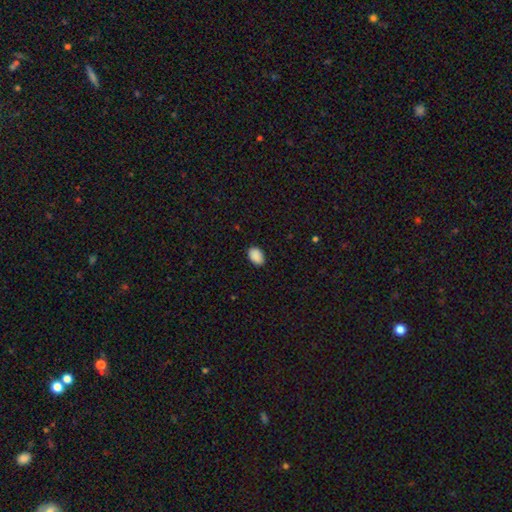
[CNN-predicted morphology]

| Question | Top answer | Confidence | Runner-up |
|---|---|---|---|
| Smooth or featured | smooth | 90% | star or artifact (7%) |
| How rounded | in between | 85% | round (14%) |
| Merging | none | 85% | minor disturbance (12%) |